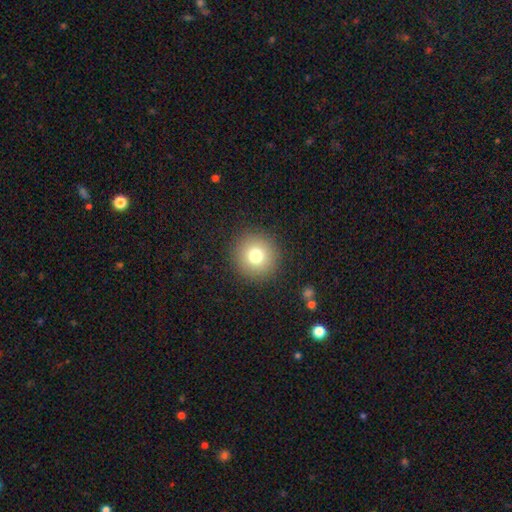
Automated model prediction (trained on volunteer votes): Smooth or featured?
  - smooth: 76% *
  - star or artifact: 13%
  - featured or disk: 11%
How rounded?
  - round: 95% *
  - in between: 4%
  - cigar-shaped: 1%
Merging?
  - none: 91% *
  - minor disturbance: 6%
  - major disturbance: 3%
  - merger: 1%